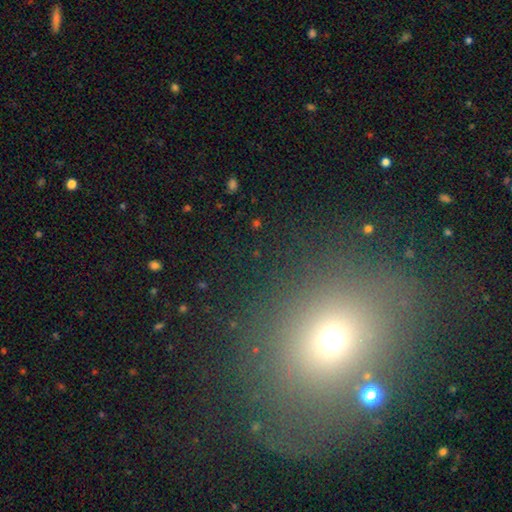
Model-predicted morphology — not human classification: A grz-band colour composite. It shows a smooth galaxy with no disk features (55%) that is round (67%). Merging: none (74%).